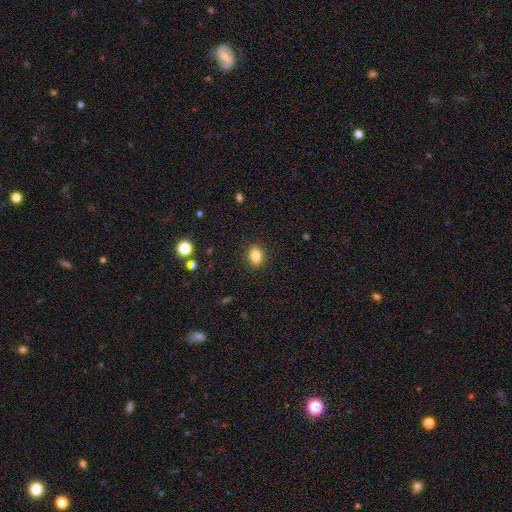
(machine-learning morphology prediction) Smooth or featured? Predicted: smooth (p=0.82). How rounded? Predicted: in between (p=0.62). Merging? Predicted: none (p=0.87).